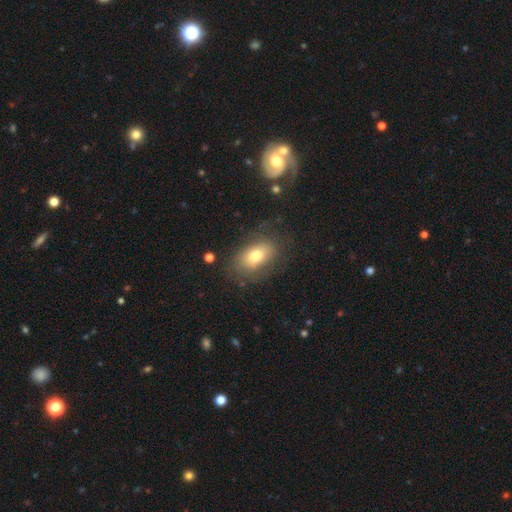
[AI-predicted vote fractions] Morphology: type=smooth (71%); roundness=in between (87%); merging=none (74%).